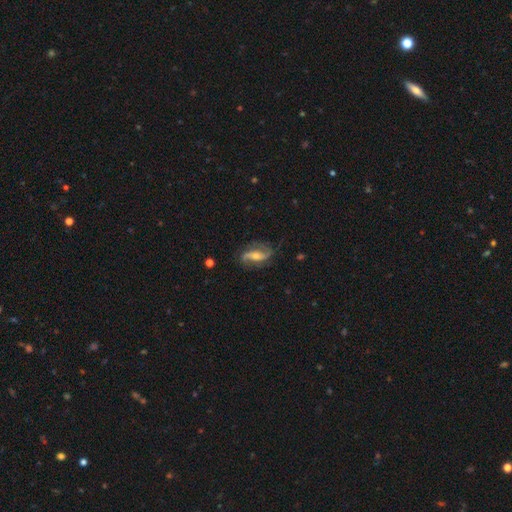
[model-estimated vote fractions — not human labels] Smooth or featured? Predicted: featured or disk (p=0.82). Edge-on disk? Predicted: no (p=0.93). Bar? Predicted: strong (p=0.38). Spiral arms? Predicted: yes (p=0.94). Spiral winding? Predicted: loose (p=0.54). Spiral arm count? Predicted: 2 (p=0.89). Bulge size? Predicted: moderate (p=0.54). Merging? Predicted: none (p=0.76).